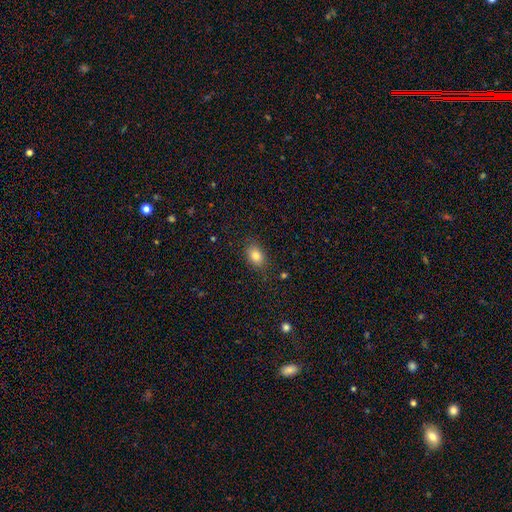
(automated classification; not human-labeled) Smooth or featured? Predicted: smooth (p=0.82). How rounded? Predicted: in between (p=0.75). Merging? Predicted: none (p=0.83).